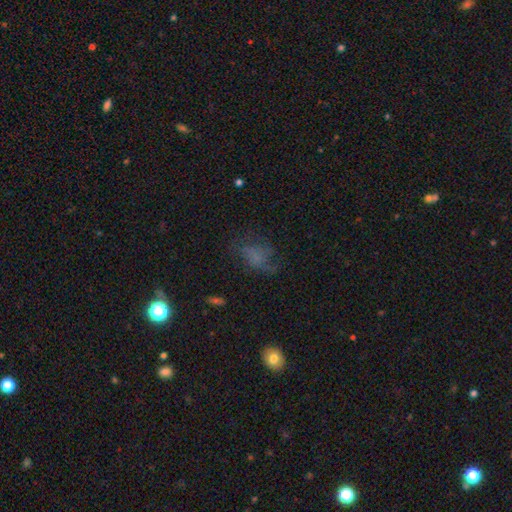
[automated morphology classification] type=smooth (48%); merging=none (47%).